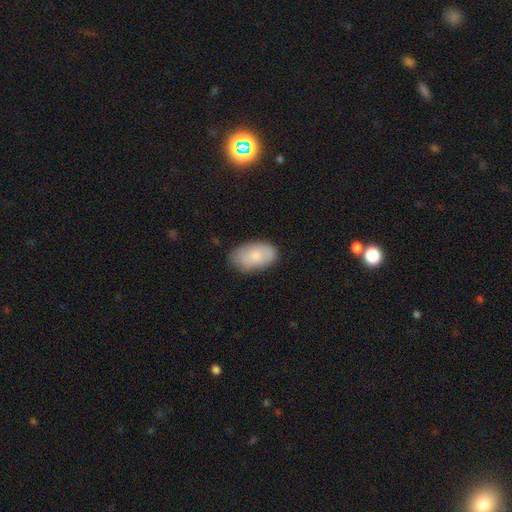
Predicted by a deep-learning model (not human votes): Smooth or featured? Predicted: smooth (p=0.79). How rounded? Predicted: in between (p=0.94). Merging? Predicted: none (p=0.75).